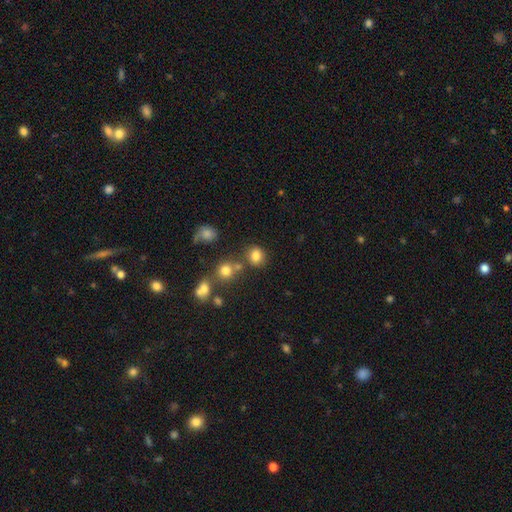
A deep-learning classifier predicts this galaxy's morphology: smooth_or_featured: smooth (p=0.80) [alt: star or artifact p=0.13]
how_rounded: round (p=0.73) [alt: in between p=0.26]
merging: none (p=0.72) [alt: minor disturbance p=0.12]